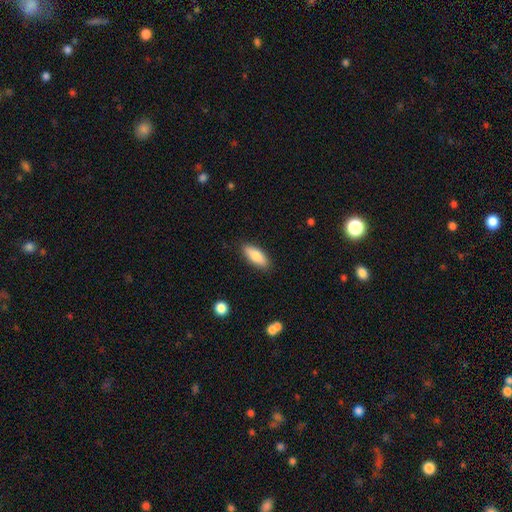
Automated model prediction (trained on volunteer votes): Smooth or featured: smooth — 79% (featured or disk — 15%)
How rounded: in between — 72% (cigar-shaped — 26%)
Merging: none — 87% (minor disturbance — 10%)